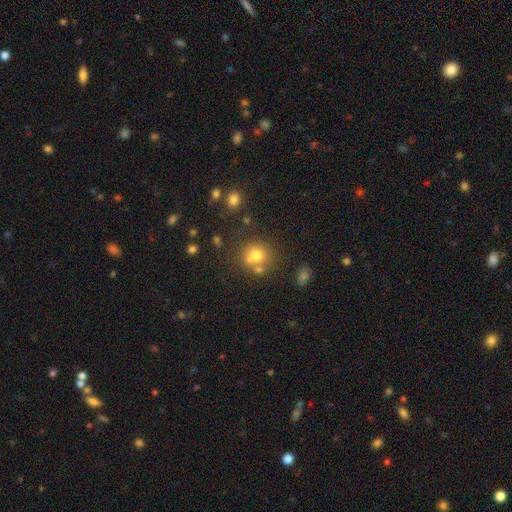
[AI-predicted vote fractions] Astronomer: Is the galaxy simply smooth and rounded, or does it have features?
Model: smooth — 71%.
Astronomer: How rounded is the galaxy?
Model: round — 81%.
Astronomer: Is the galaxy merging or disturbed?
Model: none — 54%.